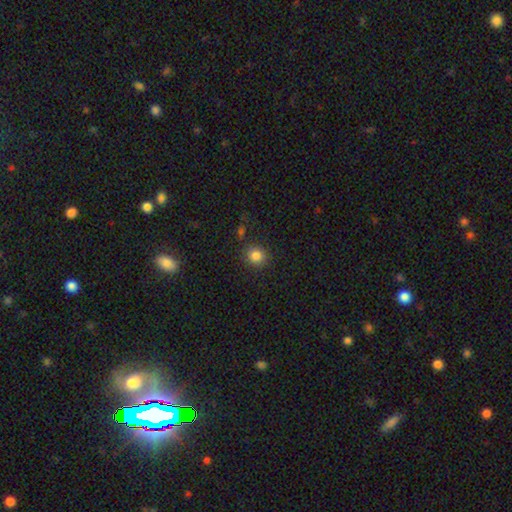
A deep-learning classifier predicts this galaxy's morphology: type=smooth (84%); roundness=round (86%); merging=none (86%).